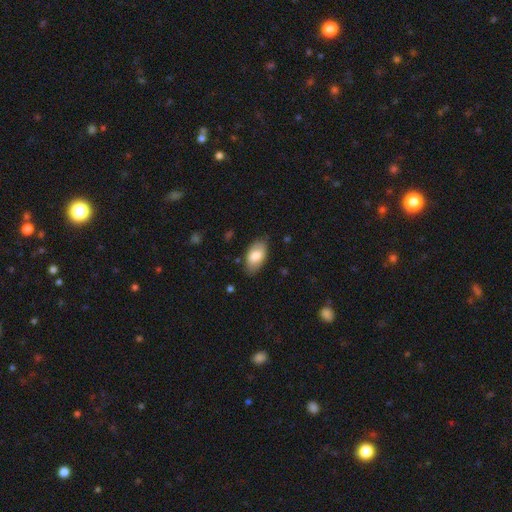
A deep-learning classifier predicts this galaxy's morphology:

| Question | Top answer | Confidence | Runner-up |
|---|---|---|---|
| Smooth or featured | smooth | 79% | featured or disk (15%) |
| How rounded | in between | 94% | round (4%) |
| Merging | none | 81% | minor disturbance (15%) |